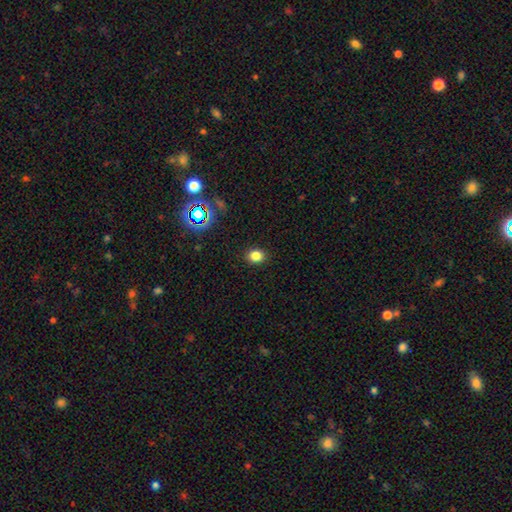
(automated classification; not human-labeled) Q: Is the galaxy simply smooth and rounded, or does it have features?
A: smooth — 80%.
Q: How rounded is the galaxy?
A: round — 55%.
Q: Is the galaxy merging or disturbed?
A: none — 90%.